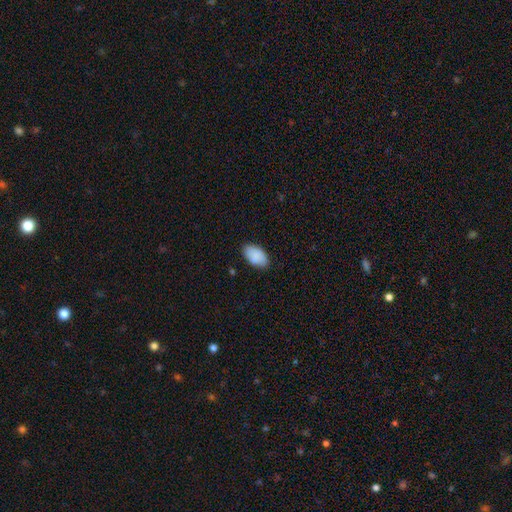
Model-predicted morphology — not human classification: A smooth galaxy with no disk features (88%) that is in between round and cigar-shaped (95%). Merging: none (84%).